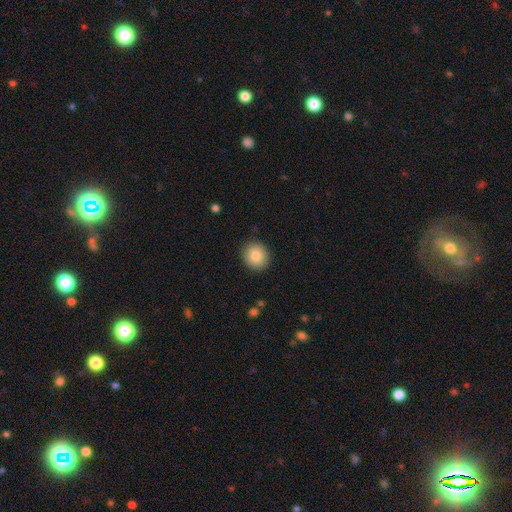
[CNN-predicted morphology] The model was most divided on "how rounded": round: 79%, in between: 20%, cigar-shaped: 1%. More confident: merging — none (90%); smooth or featured — smooth (85%).